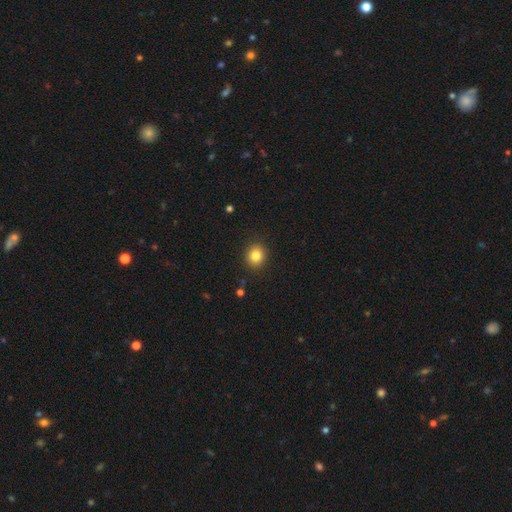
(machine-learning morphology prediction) smooth-or-featured: smooth: 83% | star or artifact: 11% | featured or disk: 6%
  how-rounded: round: 77% | in between: 22% | cigar-shaped: 1%
  merging: none: 90% | minor disturbance: 7% | major disturbance: 2% | merger: 1%